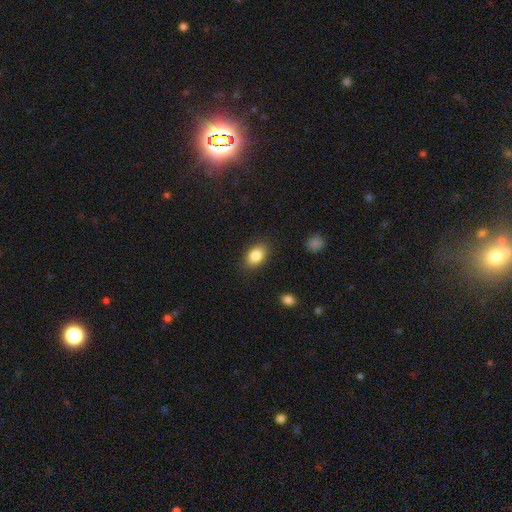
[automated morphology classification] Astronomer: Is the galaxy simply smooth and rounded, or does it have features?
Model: smooth — 84%.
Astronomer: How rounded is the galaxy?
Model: in between — 86%.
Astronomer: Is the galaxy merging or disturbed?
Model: none — 86%.